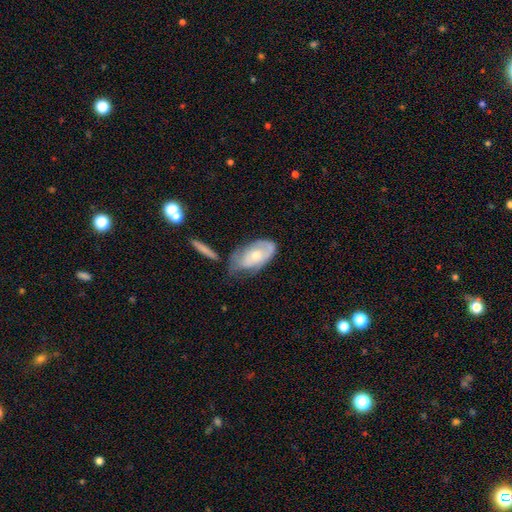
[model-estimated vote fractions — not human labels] A featured or disk galaxy (53%).

Vote fractions:
- Smooth or featured? featured or disk: 53% / smooth: 41% / star or artifact: 6%
- Edge-on disk? no: 91% / yes: 9%
- Merging? none: 41% / minor disturbance: 34% / major disturbance: 17% / merger: 8%